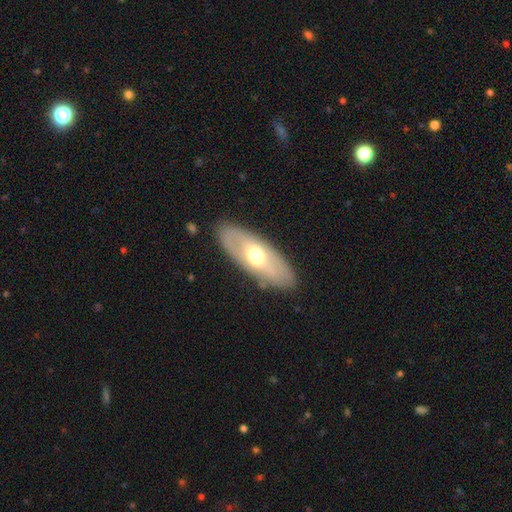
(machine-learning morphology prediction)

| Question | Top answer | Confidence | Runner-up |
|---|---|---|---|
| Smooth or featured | featured or disk | 48% | smooth (47%) |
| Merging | none | 85% | minor disturbance (11%) |